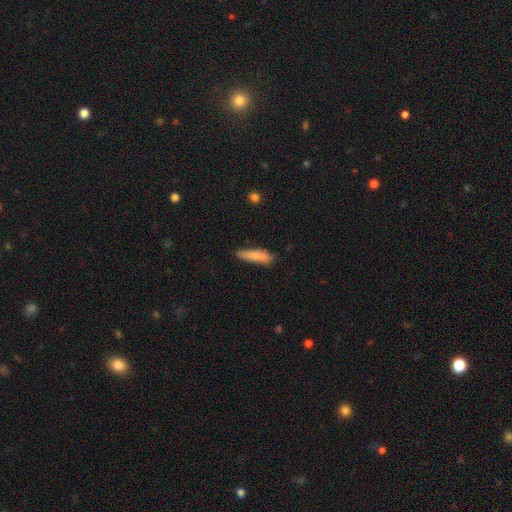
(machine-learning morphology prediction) This appears to be a smooth galaxy with no disk features (81%) that is cigar-shaped (74%). Merging: none (80%).